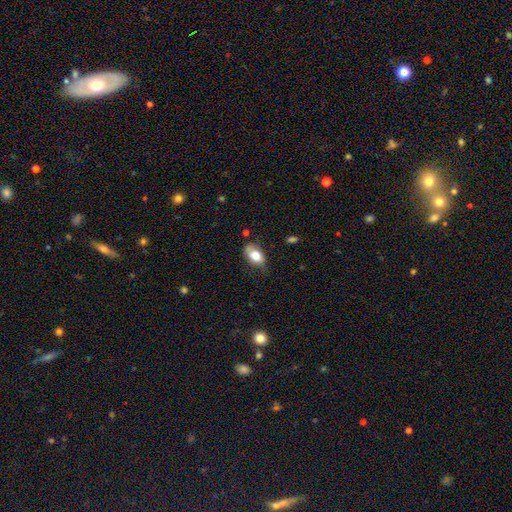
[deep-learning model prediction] This is likely a smooth galaxy (73%). How rounded: clearly in between (88%). Merging: possibly none (57%).